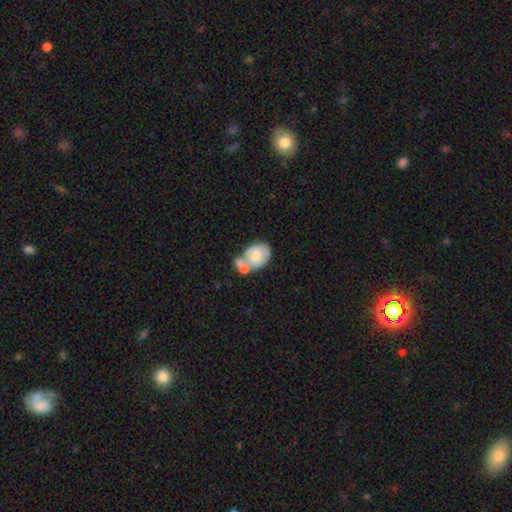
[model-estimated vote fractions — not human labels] The model was most divided on "merging": merger: 53%, none: 24%, minor disturbance: 15%, major disturbance: 8%. More confident: how rounded — in between (71%); smooth or featured — smooth (63%).